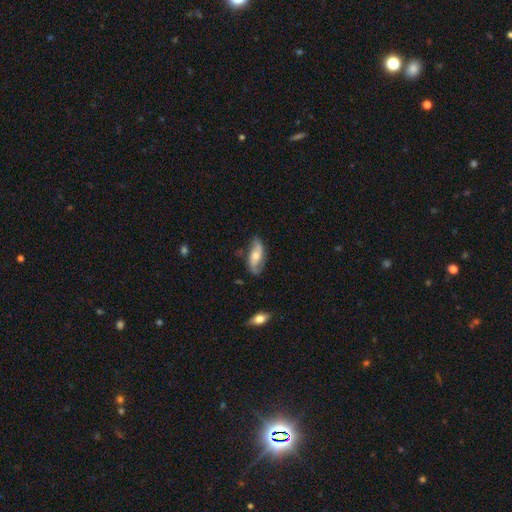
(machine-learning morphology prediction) Smooth or featured? featured or disk (57%)
Edge-on disk? no (85%)
Merging? none (71%)